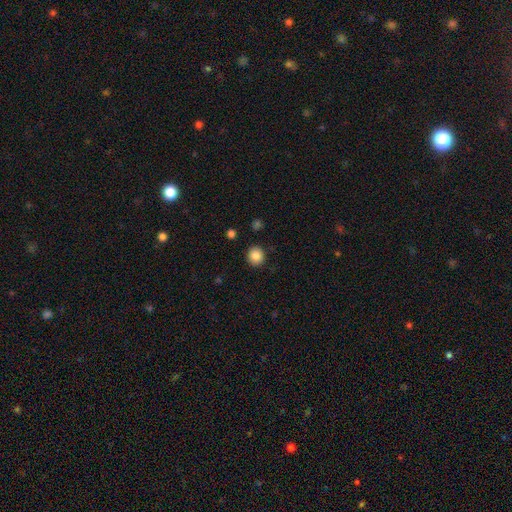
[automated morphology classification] This appears to be a smooth galaxy with no disk features (86%) that is round (87%). Merging: none (90%).